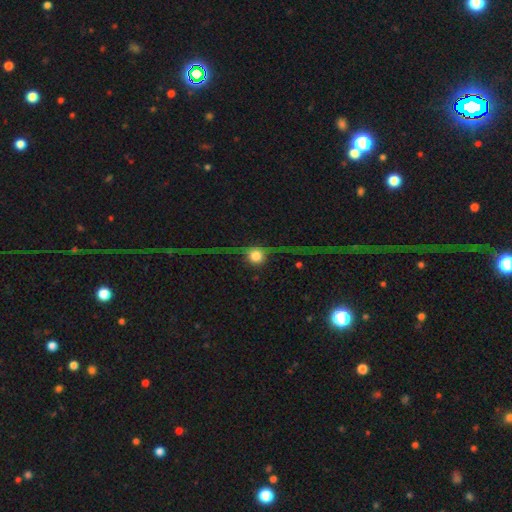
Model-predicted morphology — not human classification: This is likely a featured or disk galaxy (61%). It is likely viewed edge-on (80%). Merging: likely none (69%).